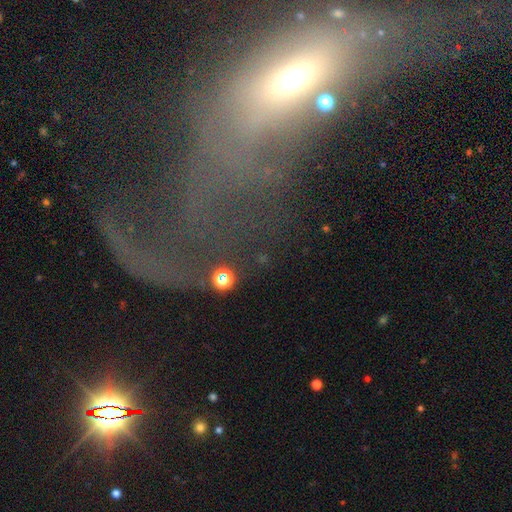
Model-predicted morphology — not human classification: Q: Smooth or featured?
A: featured or disk (46%); runner-up: smooth (31%)
Q: Merging?
A: major disturbance (48%); runner-up: none (26%)